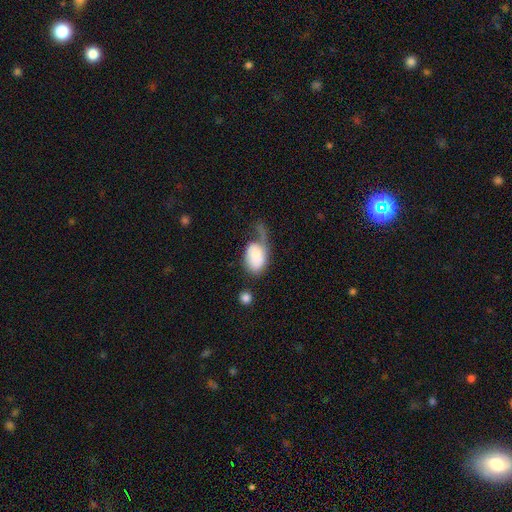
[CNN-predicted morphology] smooth_or_featured: smooth (p=0.67) [alt: featured or disk p=0.27]
how_rounded: in between (p=0.83) [alt: round p=0.16]
merging: major disturbance (p=0.44) [alt: minor disturbance p=0.25]